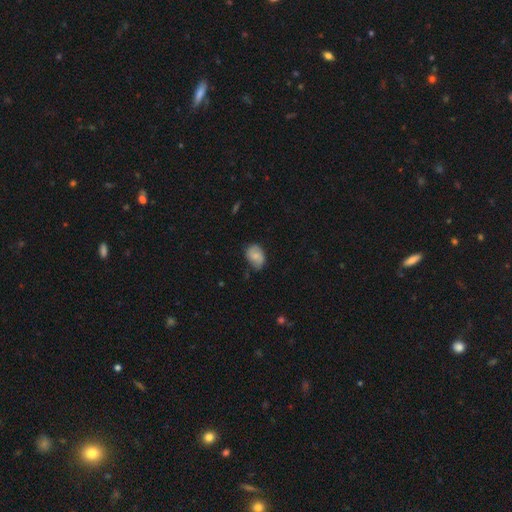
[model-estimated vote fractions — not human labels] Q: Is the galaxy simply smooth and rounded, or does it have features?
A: smooth — 65%.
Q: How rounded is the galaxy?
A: in between — 72%.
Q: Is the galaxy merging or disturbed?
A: none — 61%.